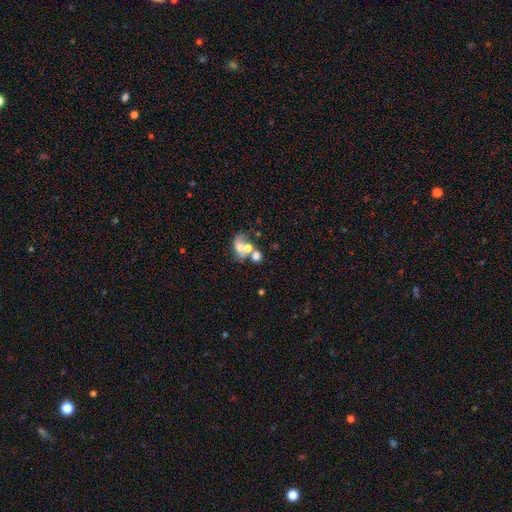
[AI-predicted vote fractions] smooth 51%, featured or disk 35%, star or artifact 14%. Down the decision tree: how rounded — in between (51%); merging — merger (52%).